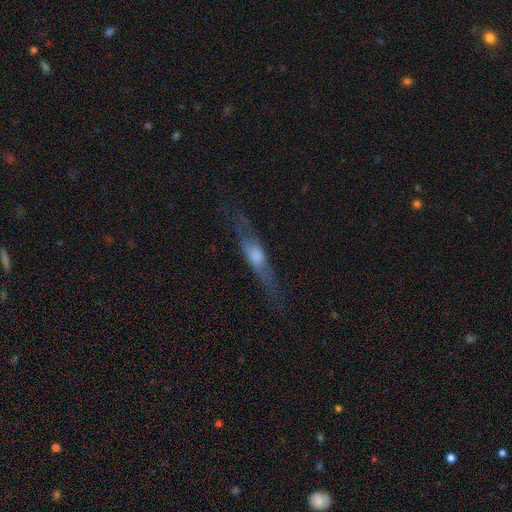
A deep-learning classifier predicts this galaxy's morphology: Smooth or featured? Predicted: featured or disk (p=0.58). Edge-on disk? Predicted: yes (p=0.83). Merging? Predicted: none (p=0.72).